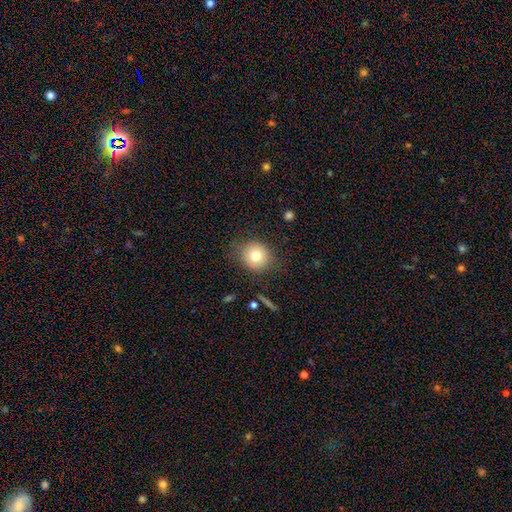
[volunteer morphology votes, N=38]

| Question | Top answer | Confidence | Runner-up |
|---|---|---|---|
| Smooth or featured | smooth | 76% | featured or disk (18%) |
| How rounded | round | 83% | in between (14%) |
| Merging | none | 75% | minor disturbance (19%) |